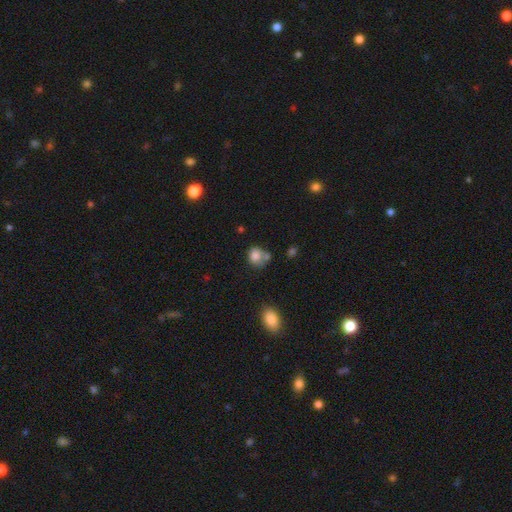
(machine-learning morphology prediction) Smooth or featured? Predicted: smooth (p=0.80). How rounded? Predicted: round (p=0.65). Merging? Predicted: none (p=0.45).